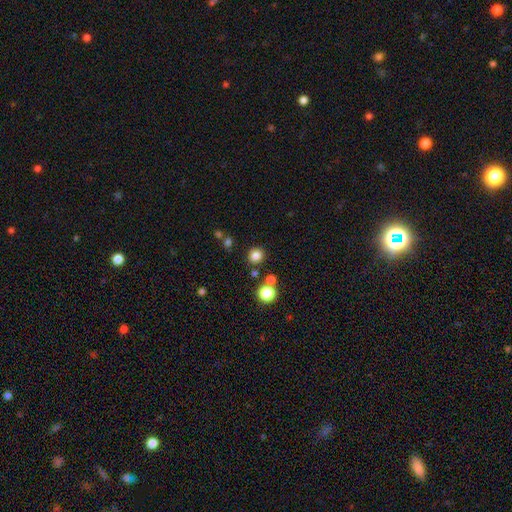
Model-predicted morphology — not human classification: smooth-or-featured: smooth: 81% | star or artifact: 14% | featured or disk: 5%
  how-rounded: round: 89% | in between: 10% | cigar-shaped: 1%
  merging: none: 86% | minor disturbance: 7% | merger: 5% | major disturbance: 3%